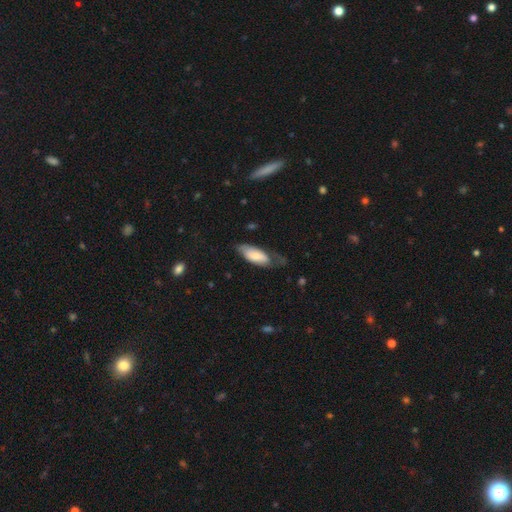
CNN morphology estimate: Q: Smooth or featured?
A: smooth (68%); runner-up: featured or disk (26%)
Q: How rounded?
A: in between (79%); runner-up: cigar-shaped (19%)
Q: Merging?
A: none (42%); runner-up: minor disturbance (34%)